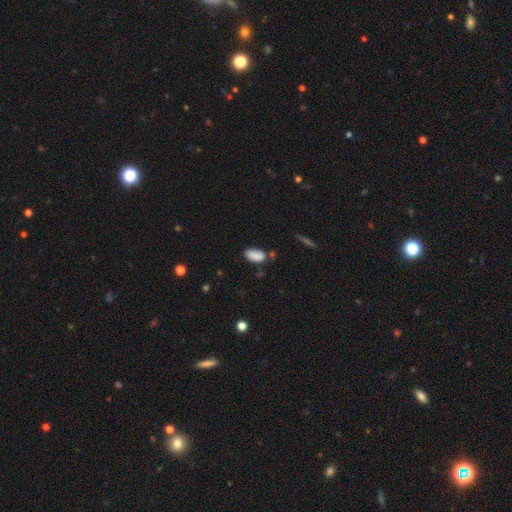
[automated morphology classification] smooth 87%, star or artifact 8%, featured or disk 5%. Down the decision tree: how rounded — in between (94%); merging — none (72%).